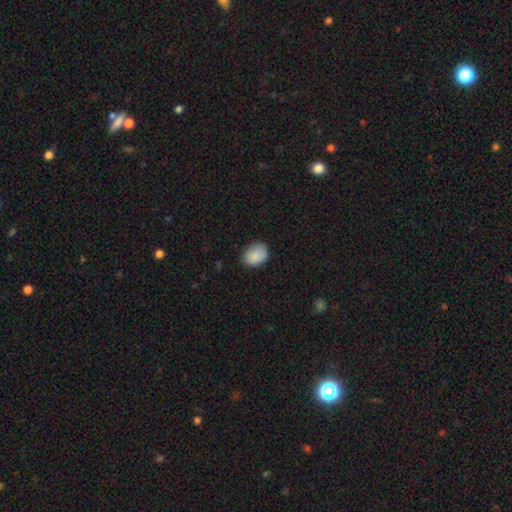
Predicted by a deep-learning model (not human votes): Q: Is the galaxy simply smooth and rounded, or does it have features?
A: smooth — 87%.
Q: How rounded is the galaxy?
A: in between — 64%.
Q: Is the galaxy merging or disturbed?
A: none — 76%.